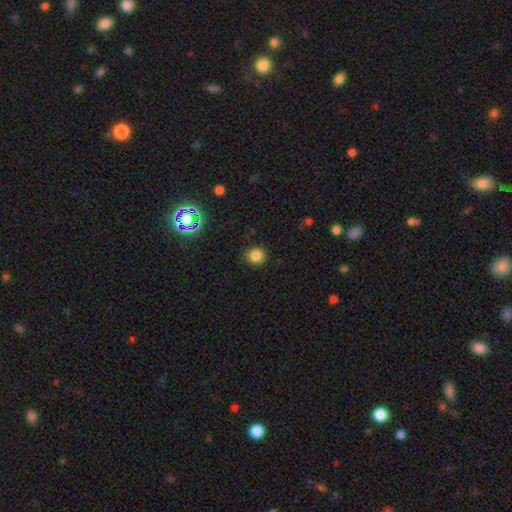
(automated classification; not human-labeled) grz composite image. It shows a smooth galaxy with no disk features (82%) that is round (91%). Merging: none (89%).